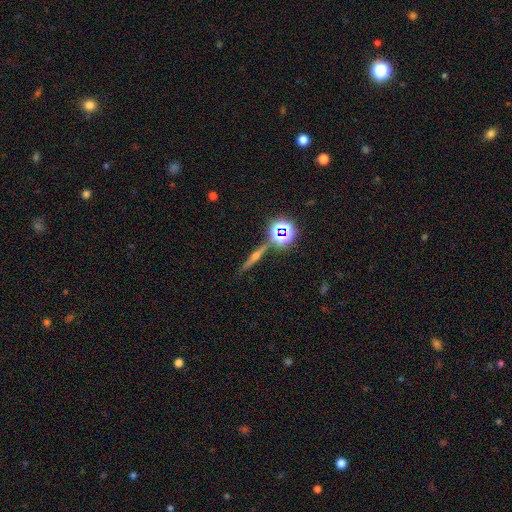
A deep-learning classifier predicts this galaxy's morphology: This appears to be a featured or disk galaxy (55%) viewed edge-on (94%) with a rounded central bulge (88%). Merging: none (84%).